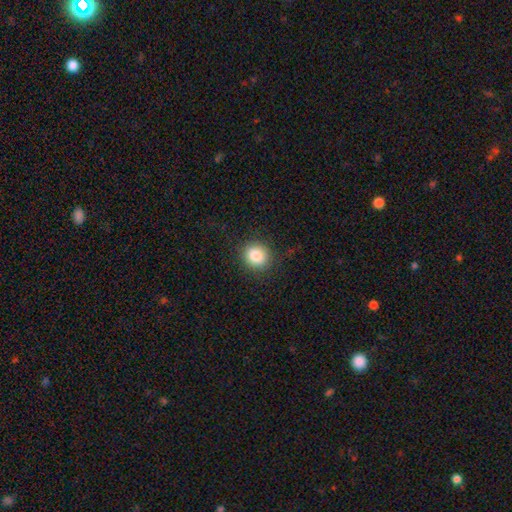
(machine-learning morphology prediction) Smooth or featured?
  - smooth: 85% *
  - star or artifact: 10%
  - featured or disk: 5%
How rounded?
  - round: 80% *
  - in between: 19%
  - cigar-shaped: 1%
Merging?
  - none: 87% *
  - minor disturbance: 9%
  - major disturbance: 3%
  - merger: 1%